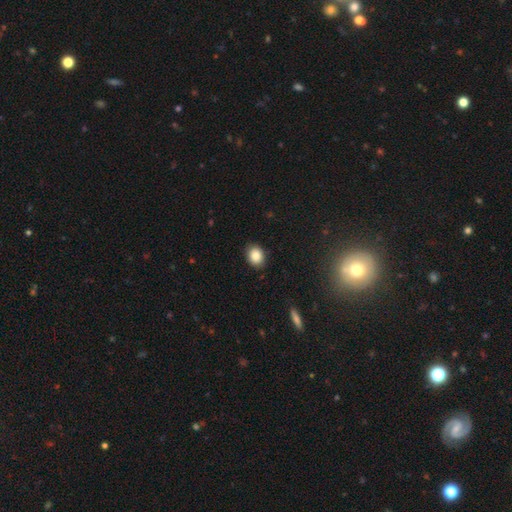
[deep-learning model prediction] Smooth or featured: smooth — 87% (star or artifact — 9%)
How rounded: round — 51% (in between — 48%)
Merging: none — 88% (minor disturbance — 9%)